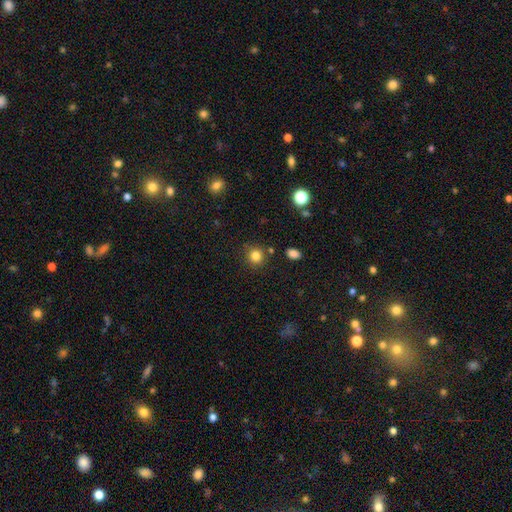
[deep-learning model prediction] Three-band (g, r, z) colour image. It shows a smooth galaxy with no disk features (83%) that is round (89%). Merging: none (83%).